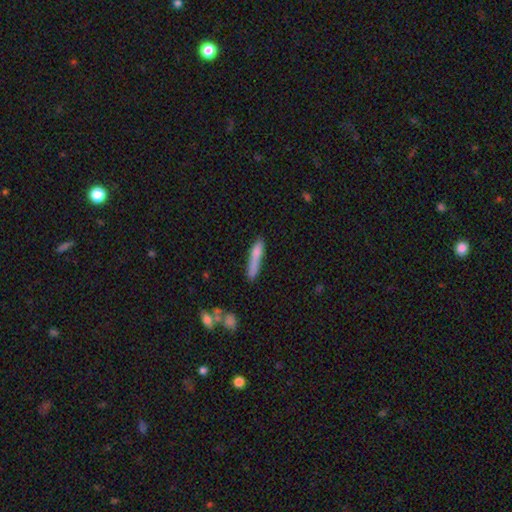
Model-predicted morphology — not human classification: The model was most divided on "merging": none: 57%, minor disturbance: 24%, merger: 10%, major disturbance: 9%. More confident: how rounded — cigar-shaped (88%); smooth or featured — smooth (73%).